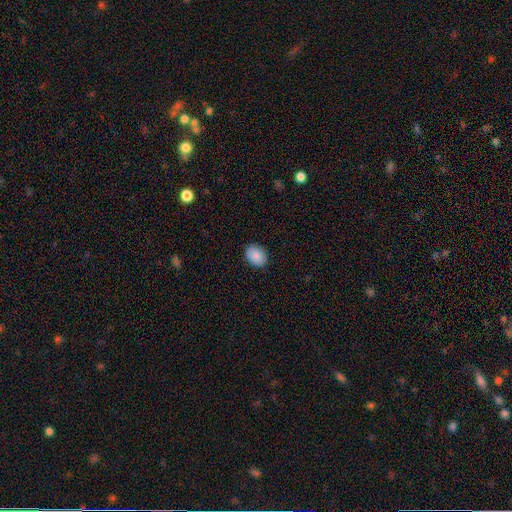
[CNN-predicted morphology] A smooth galaxy with no disk features (87%) that is in between round and cigar-shaped (73%). Merging: none (89%).